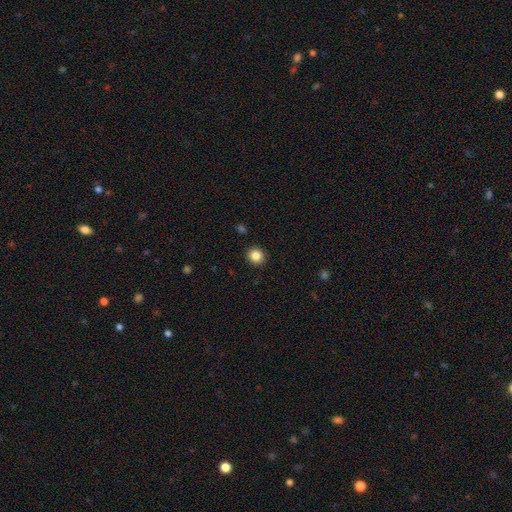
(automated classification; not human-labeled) Smooth or featured?
  - smooth: 84% *
  - star or artifact: 11%
  - featured or disk: 5%
How rounded?
  - round: 89% *
  - in between: 10%
  - cigar-shaped: 1%
Merging?
  - none: 92% *
  - minor disturbance: 5%
  - major disturbance: 2%
  - merger: 1%